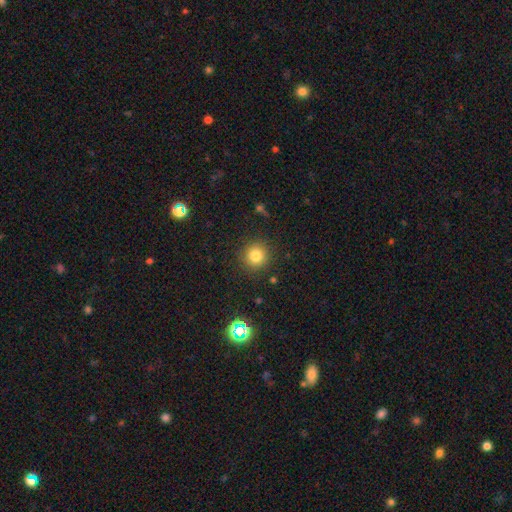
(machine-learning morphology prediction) Overall: smooth (80%). How rounded: round (94%). Merging: none (89%).